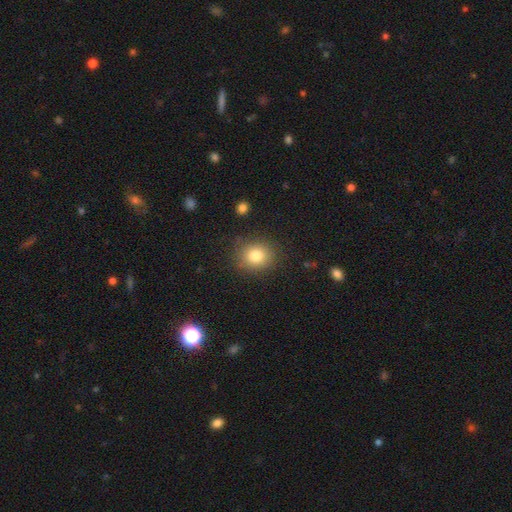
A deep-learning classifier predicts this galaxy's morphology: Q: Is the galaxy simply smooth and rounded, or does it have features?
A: smooth — 81%.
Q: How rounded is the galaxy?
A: round — 75%.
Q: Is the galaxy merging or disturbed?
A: none — 85%.